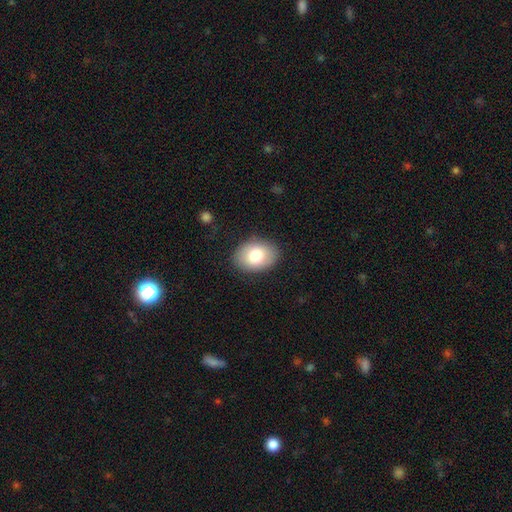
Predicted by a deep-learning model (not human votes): Morphology: type=smooth (80%); roundness=in between (79%); merging=none (86%).